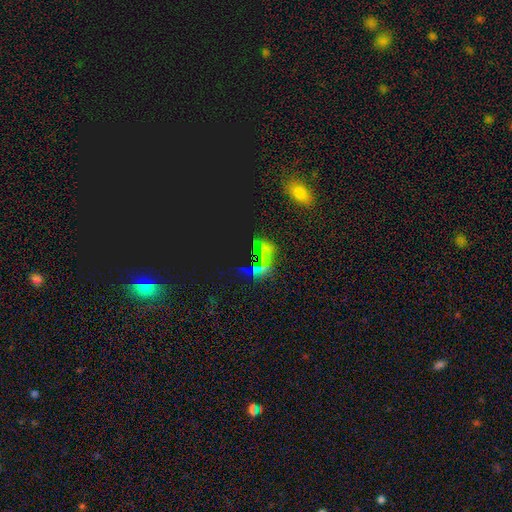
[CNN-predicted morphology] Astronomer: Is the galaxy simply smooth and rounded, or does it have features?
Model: star or artifact — 70%.